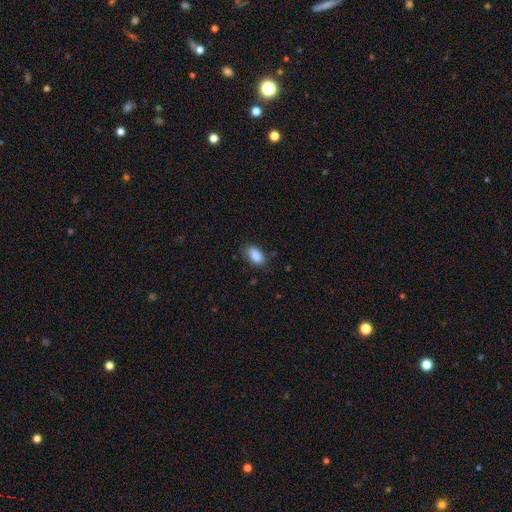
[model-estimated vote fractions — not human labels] This is clearly a smooth galaxy (88%). How rounded: clearly in between (92%). Merging: likely none (75%).